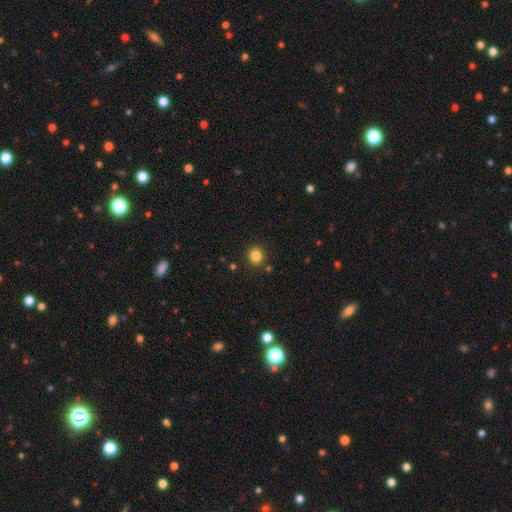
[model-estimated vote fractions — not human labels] Smooth or featured: smooth — 84% (star or artifact — 12%)
How rounded: round — 87% (in between — 12%)
Merging: none — 88% (minor disturbance — 7%)